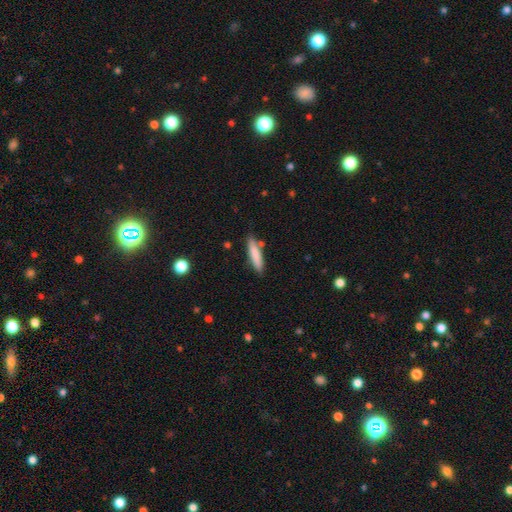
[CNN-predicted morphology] Smooth or featured? Predicted: smooth (p=0.80). How rounded? Predicted: cigar-shaped (p=0.81). Merging? Predicted: none (p=0.81).